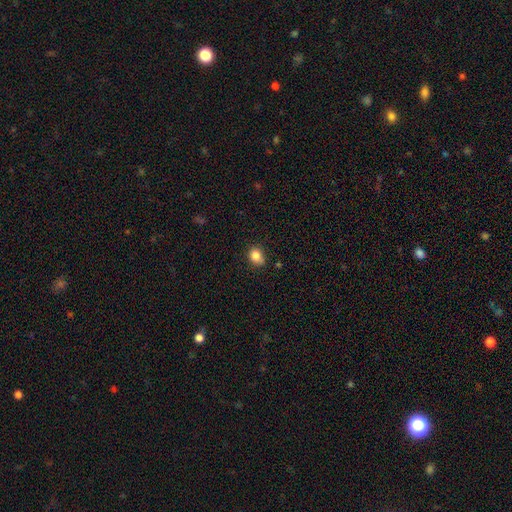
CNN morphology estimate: smooth 83%, star or artifact 10%, featured or disk 6%. Down the decision tree: how rounded — in between (51%); merging — none (69%).